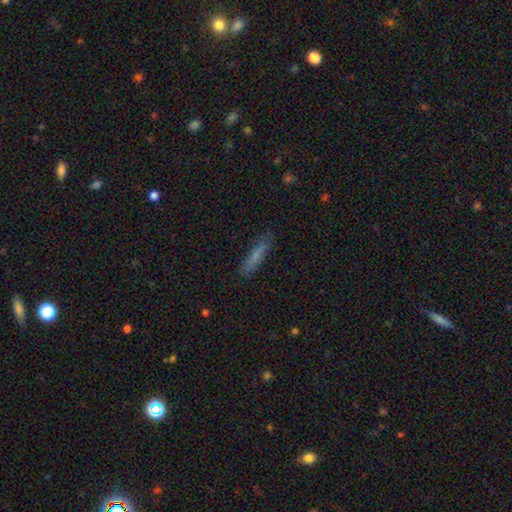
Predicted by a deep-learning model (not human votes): This is likely a smooth galaxy (74%). How rounded: clearly cigar-shaped (87%). Merging: clearly none (82%).